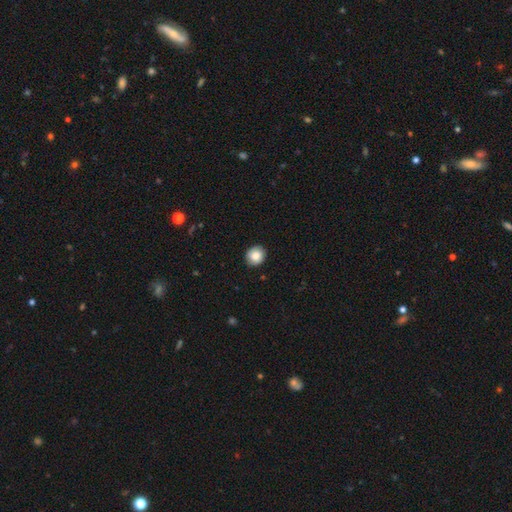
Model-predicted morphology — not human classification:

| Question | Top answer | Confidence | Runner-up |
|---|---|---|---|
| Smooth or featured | smooth | 83% | featured or disk (9%) |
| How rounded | round | 84% | in between (15%) |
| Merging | none | 89% | minor disturbance (8%) |